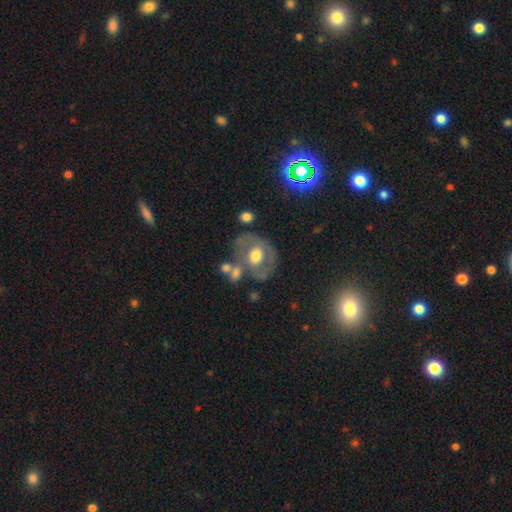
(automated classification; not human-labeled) Overall: featured or disk (50%; smooth 42%). Edge-on disk: no (95%). Merging: none (53%; minor disturbance 20%).